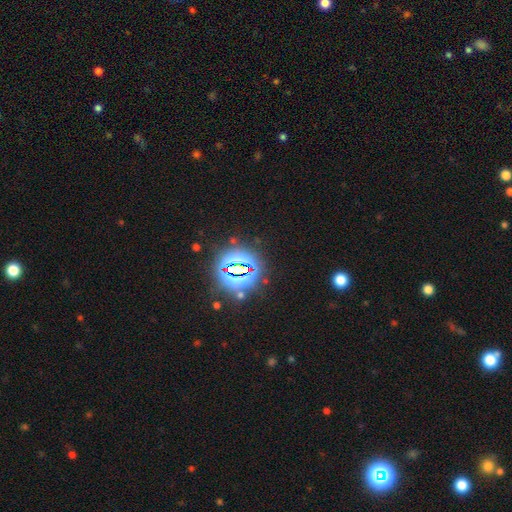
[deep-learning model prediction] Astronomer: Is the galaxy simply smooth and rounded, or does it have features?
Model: star or artifact — 84%.